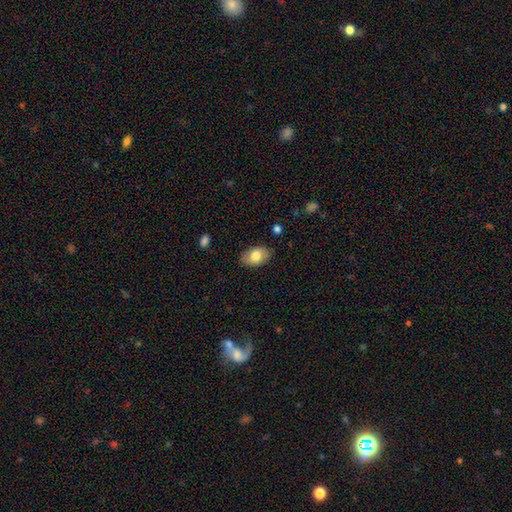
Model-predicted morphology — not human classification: A smooth galaxy with no disk features (78%) that is in between round and cigar-shaped (91%). Merging: none (86%).